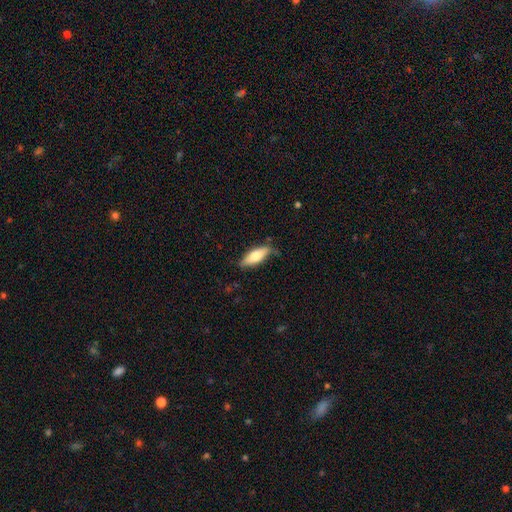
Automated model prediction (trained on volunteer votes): A smooth galaxy with no disk features (70%) that is in between round and cigar-shaped (63%). Merging: none (74%).